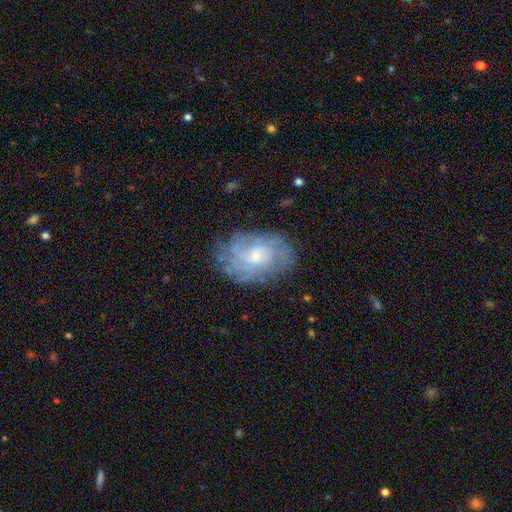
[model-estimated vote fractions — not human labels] A featured or disk galaxy (65%) with no bar (74%), spiral arms (77%) and a moderate central bulge (48%). Merging: none (73%).